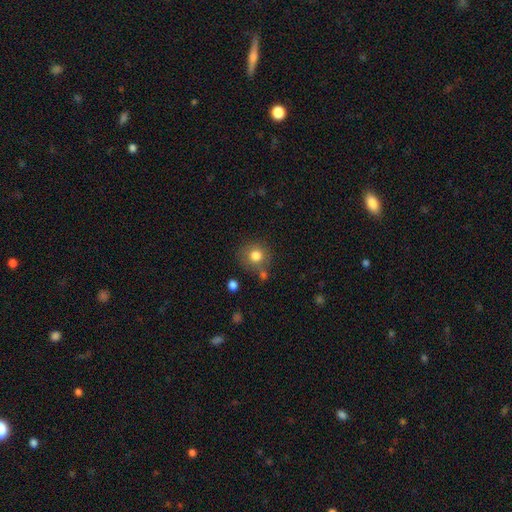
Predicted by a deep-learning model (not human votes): Smooth or featured? smooth (80%)
How rounded? round (88%)
Merging? none (72%)